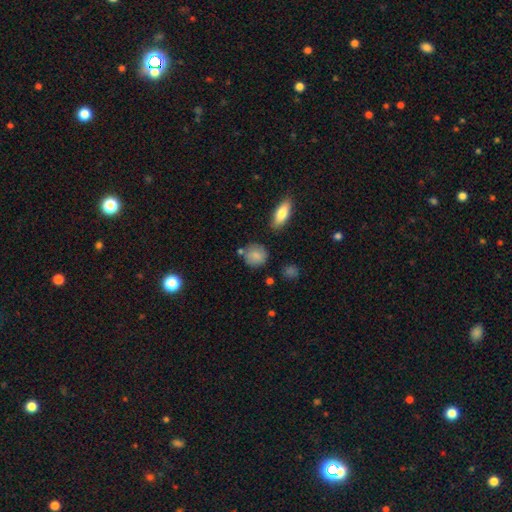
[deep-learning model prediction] smooth-or-featured: smooth: 81% | featured or disk: 10% | star or artifact: 8%
  how-rounded: round: 80% | in between: 18% | cigar-shaped: 2%
  merging: none: 74% | minor disturbance: 16% | merger: 6% | major disturbance: 4%